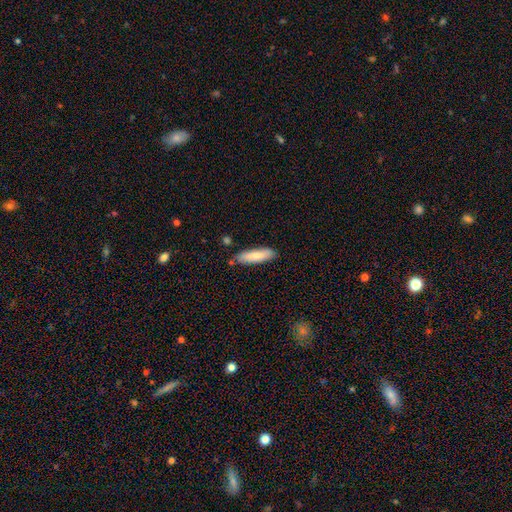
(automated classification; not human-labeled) This is clearly a smooth galaxy (82%). How rounded: likely cigar-shaped (62%). Merging: clearly none (80%).